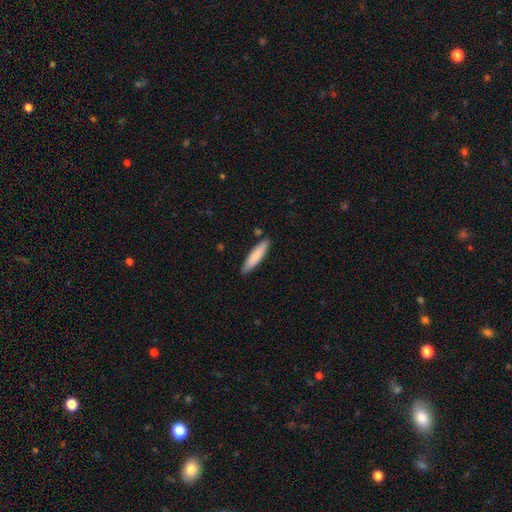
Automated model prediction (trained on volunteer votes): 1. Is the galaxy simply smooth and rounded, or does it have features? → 83% smooth, 12% featured or disk, 5% star or artifact.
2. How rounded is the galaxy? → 78% cigar-shaped, 21% in between, 1% round.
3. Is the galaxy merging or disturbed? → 86% none, 10% minor disturbance, 2% merger, 2% major disturbance.